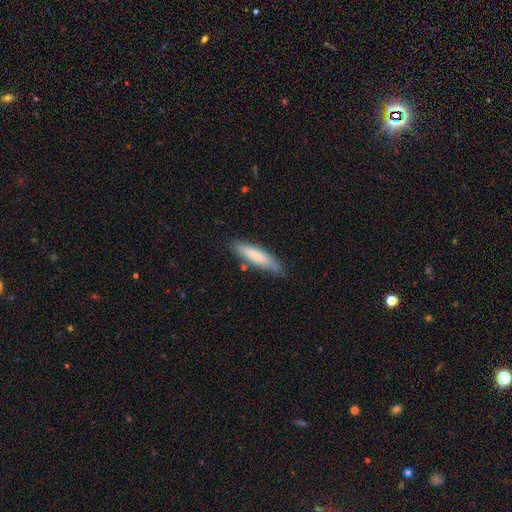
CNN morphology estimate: smooth-or-featured: smooth: 76% | featured or disk: 18% | star or artifact: 5%
  how-rounded: cigar-shaped: 76% | in between: 23% | round: 1%
  merging: none: 75% | minor disturbance: 19% | major disturbance: 3% | merger: 3%